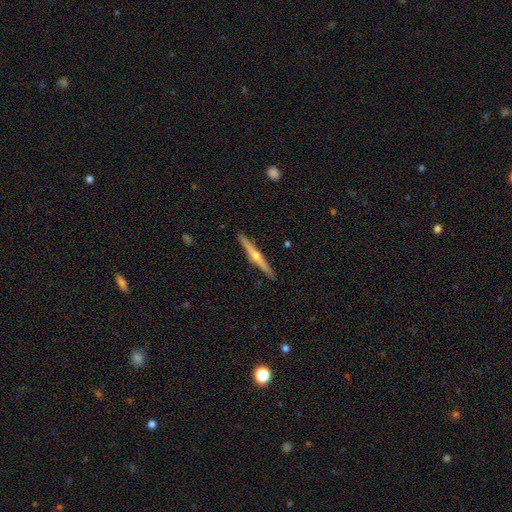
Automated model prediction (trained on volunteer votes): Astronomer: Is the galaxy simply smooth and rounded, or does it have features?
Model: featured or disk — 78%.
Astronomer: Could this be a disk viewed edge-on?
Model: yes — 98%.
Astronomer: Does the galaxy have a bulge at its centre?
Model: rounded — 91%.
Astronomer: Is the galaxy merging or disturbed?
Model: none — 92%.